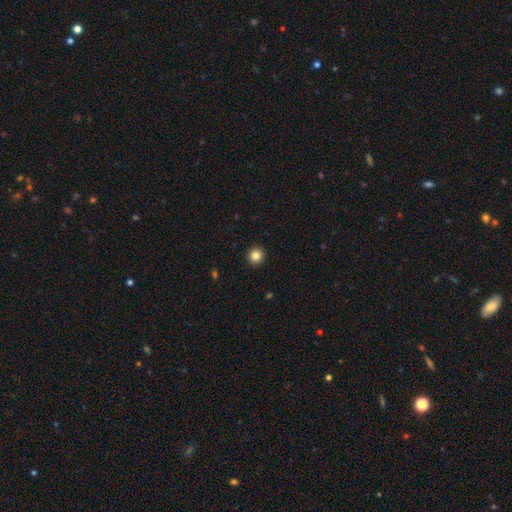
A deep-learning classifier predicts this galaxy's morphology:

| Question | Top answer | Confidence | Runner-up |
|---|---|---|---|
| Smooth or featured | smooth | 83% | star or artifact (11%) |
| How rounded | round | 95% | in between (4%) |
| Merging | none | 94% | minor disturbance (4%) |